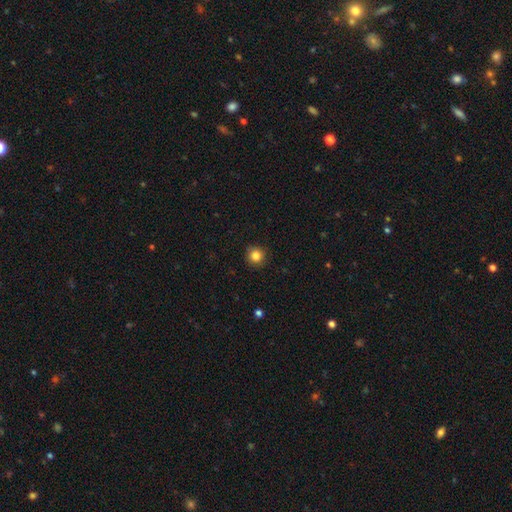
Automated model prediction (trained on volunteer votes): Smooth or featured? Predicted: smooth (p=0.84). How rounded? Predicted: round (p=0.94). Merging? Predicted: none (p=0.90).